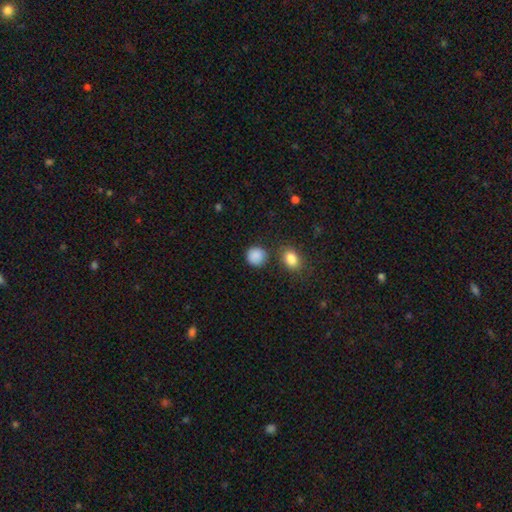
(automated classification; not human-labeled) Q: Smooth or featured?
A: smooth (88%); runner-up: star or artifact (9%)
Q: How rounded?
A: round (88%); runner-up: in between (11%)
Q: Merging?
A: none (83%); runner-up: minor disturbance (10%)